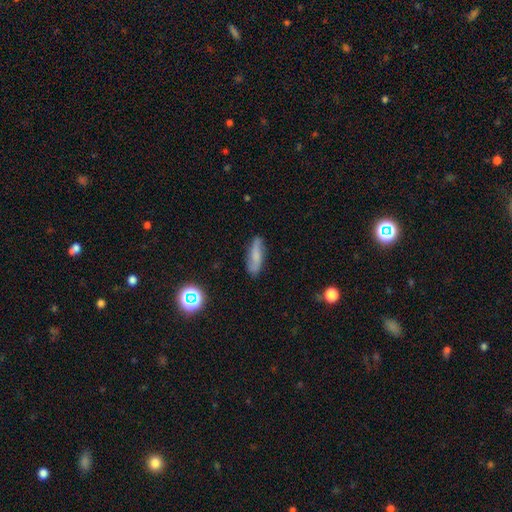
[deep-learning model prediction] Q: Smooth or featured?
A: smooth (60%); runner-up: featured or disk (29%)
Q: How rounded?
A: cigar-shaped (52%); runner-up: in between (44%)
Q: Merging?
A: none (78%); runner-up: minor disturbance (17%)